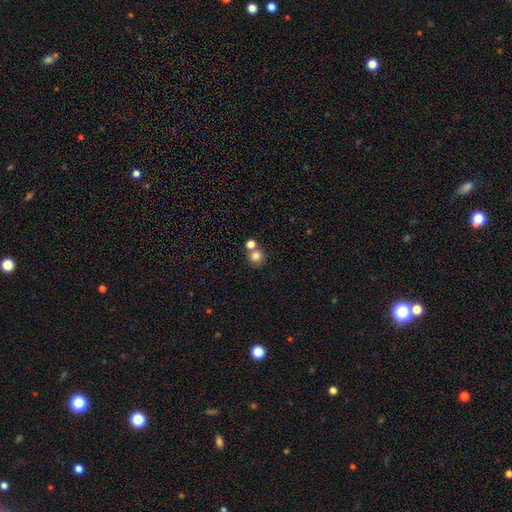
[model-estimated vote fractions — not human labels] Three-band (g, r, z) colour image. It shows a smooth galaxy with no disk features (80%) that is round (90%). Merging: none (60%).